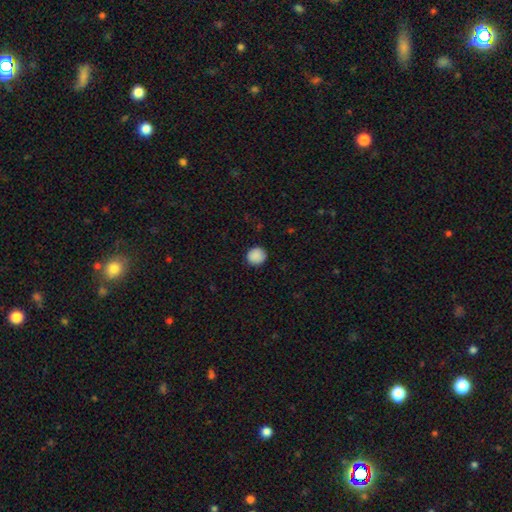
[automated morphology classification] A smooth galaxy with no disk features (89%) that is round (90%). Merging: none (90%).